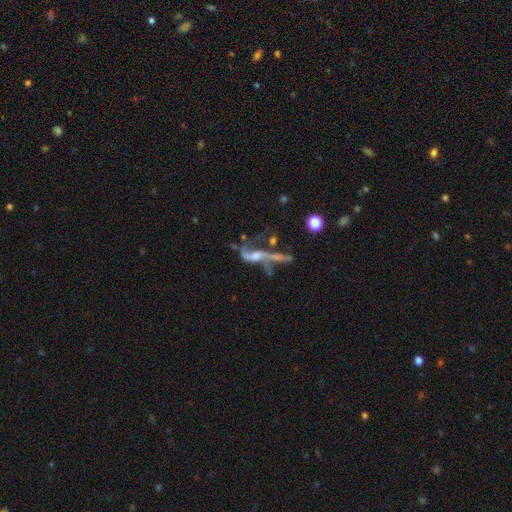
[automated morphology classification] smooth_or_featured: featured or disk (p=0.70) [alt: smooth p=0.15]
disk_edge_on: no (p=0.79) [alt: yes p=0.21]
bar: no (p=0.62) [alt: weak p=0.25]
has_spiral_arms: yes (p=0.64) [alt: no p=0.36]
bulge_size: small (p=0.36) [alt: moderate p=0.32]
merging: merger (p=0.30) [alt: major disturbance p=0.29]